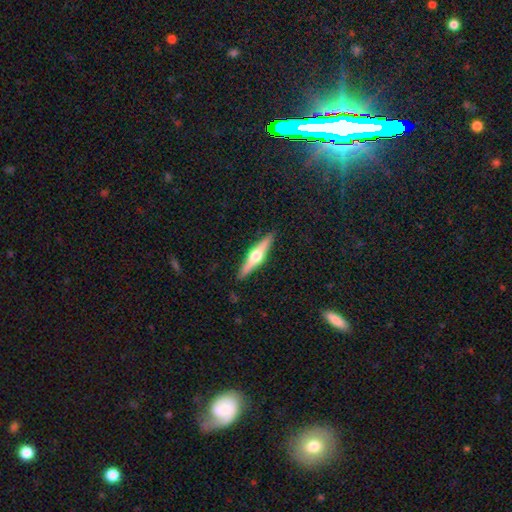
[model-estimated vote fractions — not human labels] Morphology: type=featured or disk (72%); edge-on=yes (98%); edge-on bulge=rounded (96%); merging=none (91%).